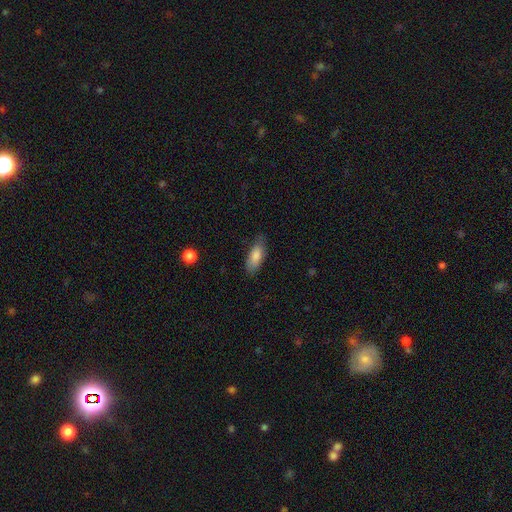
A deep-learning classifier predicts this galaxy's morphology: smooth_or_featured: smooth (p=0.81) [alt: featured or disk p=0.13]
how_rounded: in between (p=0.75) [alt: cigar-shaped p=0.23]
merging: none (p=0.78) [alt: minor disturbance p=0.17]